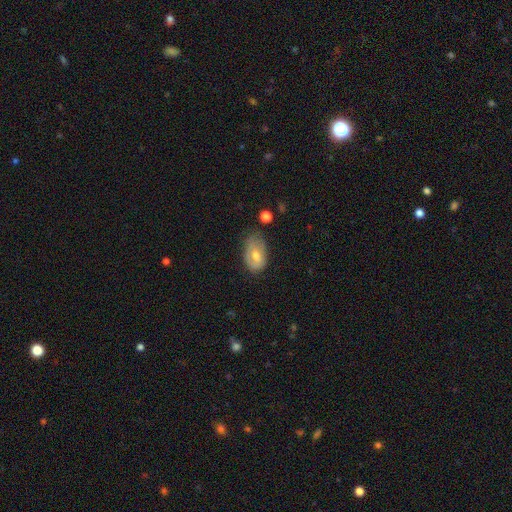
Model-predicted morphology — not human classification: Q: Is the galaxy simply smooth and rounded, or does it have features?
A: smooth — 55%.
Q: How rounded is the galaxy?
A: in between — 89%.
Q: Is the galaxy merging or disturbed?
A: none — 54%.